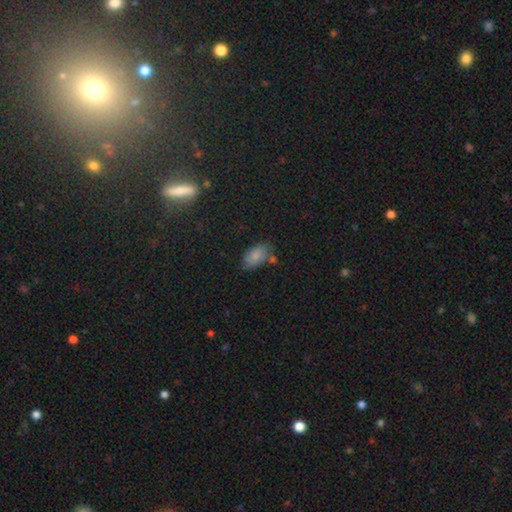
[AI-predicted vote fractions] A smooth galaxy with no disk features (83%) that is in between round and cigar-shaped (93%).

Vote fractions:
- Smooth or featured? smooth: 83% / featured or disk: 9% / star or artifact: 8%
- How rounded? in between: 93% / round: 4% / cigar-shaped: 2%
- Merging? none: 64% / minor disturbance: 21% / merger: 9% / major disturbance: 5%